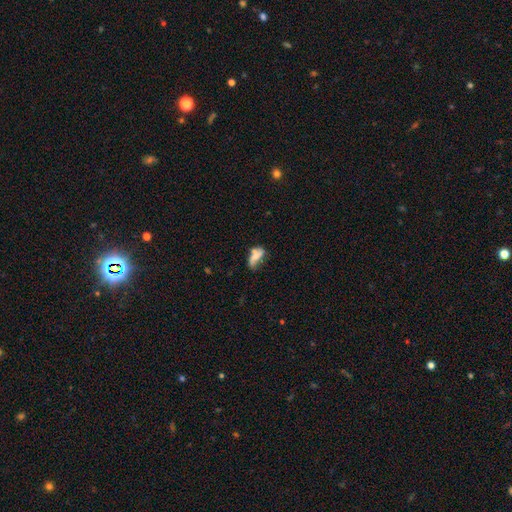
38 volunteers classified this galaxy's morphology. This is possibly a featured or disk galaxy (50%). It is clearly not viewed edge-on (89%). Bar: clearly no (82%). Spiral arm pattern: likely no (65%). Central bulge: marginally none (41%). Merging: marginally none (31%).